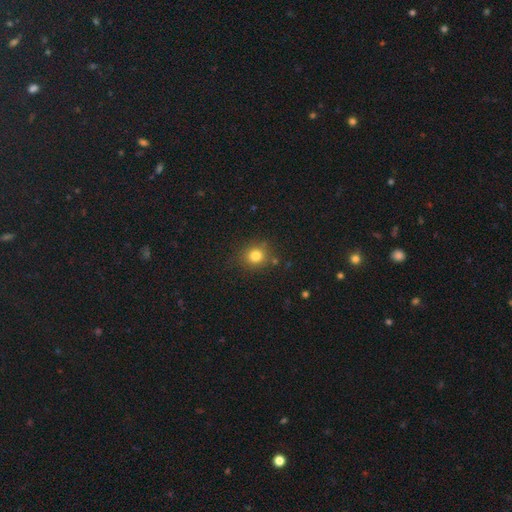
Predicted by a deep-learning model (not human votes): Smooth or featured? Predicted: smooth (p=0.80). How rounded? Predicted: round (p=0.83). Merging? Predicted: none (p=0.82).